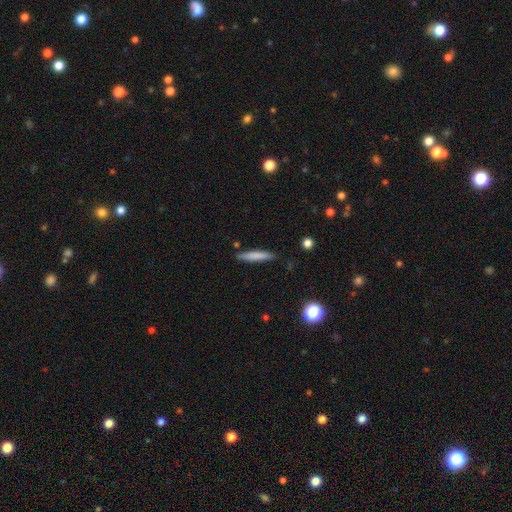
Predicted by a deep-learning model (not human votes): Q: Smooth or featured?
A: smooth (75%); runner-up: featured or disk (19%)
Q: How rounded?
A: cigar-shaped (90%); runner-up: in between (8%)
Q: Merging?
A: none (83%); runner-up: minor disturbance (12%)